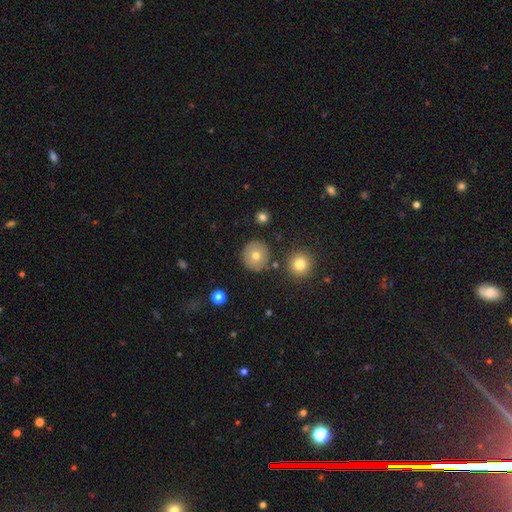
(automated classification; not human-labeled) Smooth or featured? smooth (73%)
How rounded? round (94%)
Merging? none (87%)